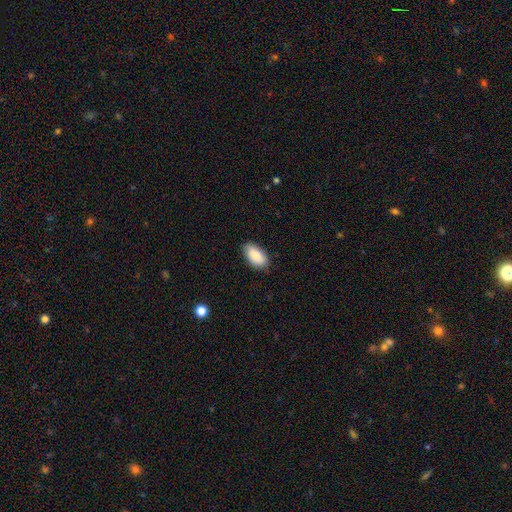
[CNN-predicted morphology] This is clearly a smooth galaxy (85%). How rounded: clearly in between (95%). Merging: likely none (80%).